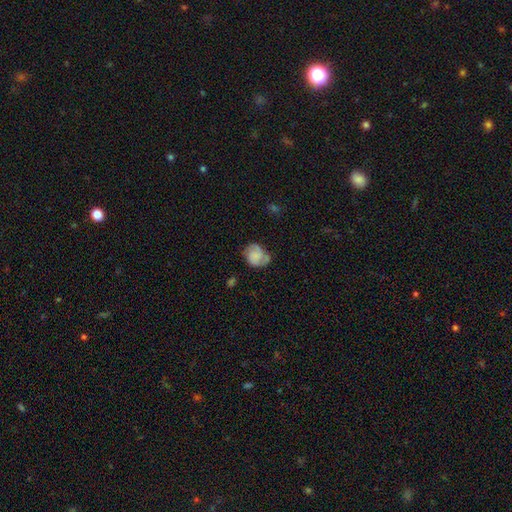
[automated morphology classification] featured or disk 53%, smooth 38%, star or artifact 8%. Down the decision tree: edge-on disk — no (98%); bar — no (64%); spiral arms — yes (89%); bulge size — none (55%); merging — none (56%).